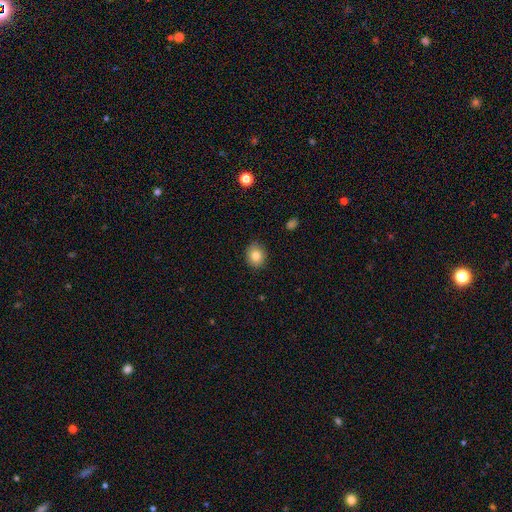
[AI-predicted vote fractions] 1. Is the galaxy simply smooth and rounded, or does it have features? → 82% smooth, 9% star or artifact, 9% featured or disk.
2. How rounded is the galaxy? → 70% round, 29% in between, 1% cigar-shaped.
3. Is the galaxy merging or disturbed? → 87% none, 10% minor disturbance, 2% major disturbance, 1% merger.